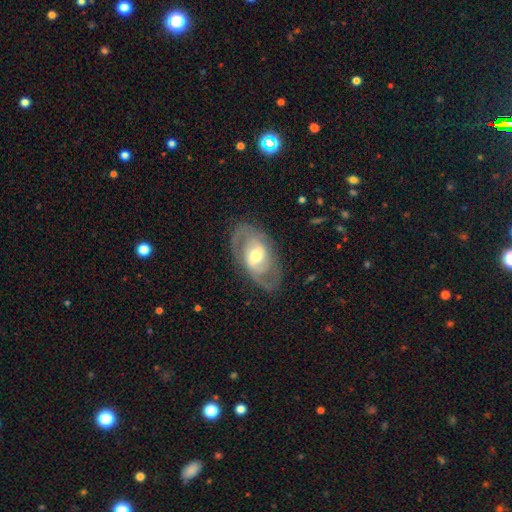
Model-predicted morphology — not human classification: Smooth or featured? featured or disk (79%)
Edge-on disk? no (94%)
Bar? weak (46%)
Spiral arms? yes (84%)
Spiral winding? medium (47%)
Spiral arm count? 2 (79%)
Bulge size? moderate (65%)
Merging? none (78%)